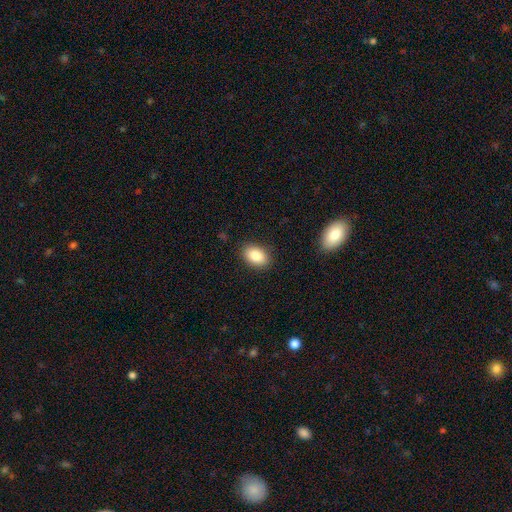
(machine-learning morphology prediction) Overall: smooth (87%). How rounded: in between (88%). Merging: none (87%).